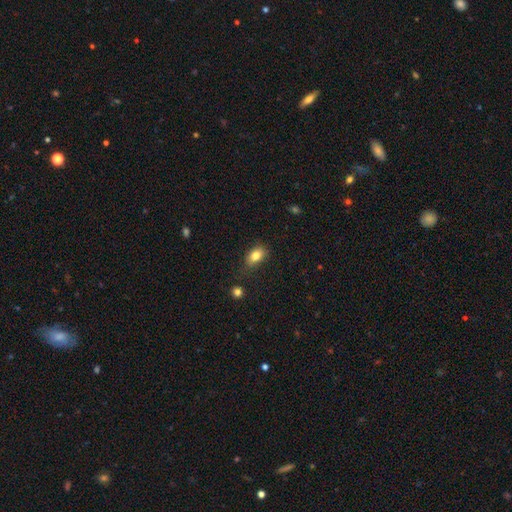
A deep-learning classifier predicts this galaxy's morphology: type=smooth (82%); roundness=in between (84%); merging=none (74%).